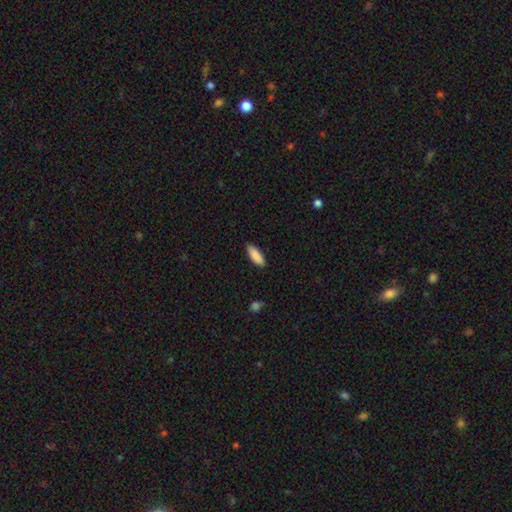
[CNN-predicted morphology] This is clearly a smooth galaxy (90%). How rounded: likely in between (68%). Merging: clearly none (85%).